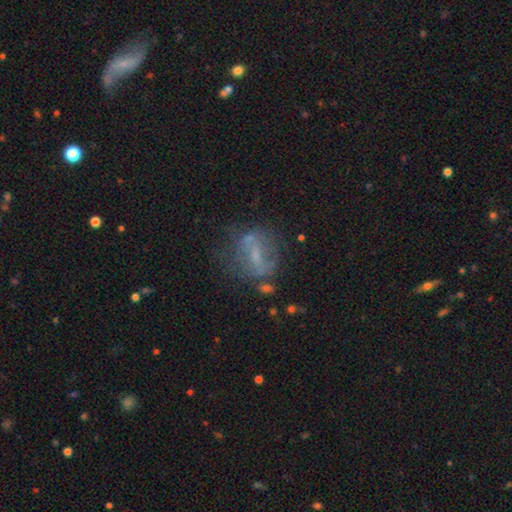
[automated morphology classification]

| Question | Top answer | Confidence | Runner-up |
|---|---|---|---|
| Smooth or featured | featured or disk | 52% | smooth (32%) |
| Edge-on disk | no | 92% | yes (8%) |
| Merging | none | 50% | minor disturbance (21%) |